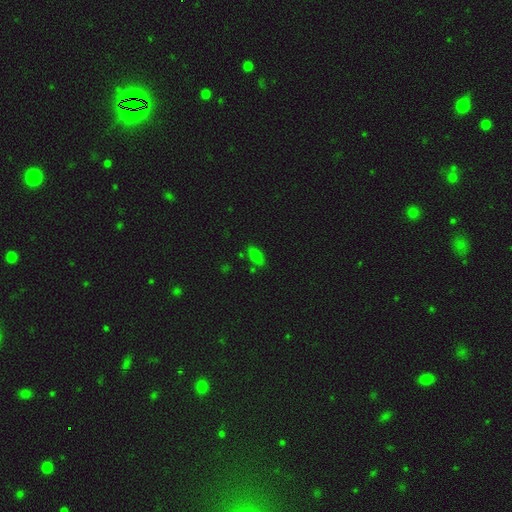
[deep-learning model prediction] Smooth or featured: smooth — 73% (star or artifact — 16%)
How rounded: in between — 85% (cigar-shaped — 8%)
Merging: none — 78% (minor disturbance — 15%)